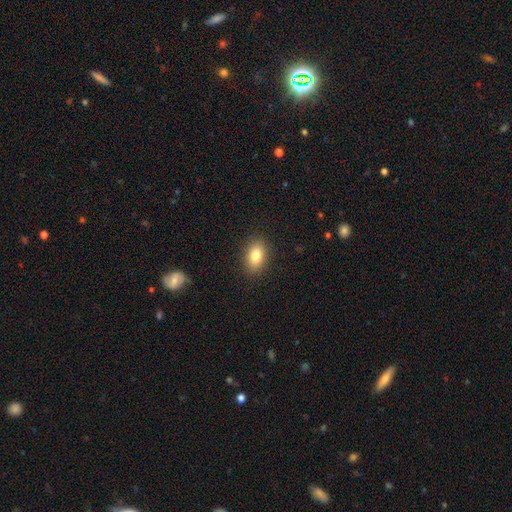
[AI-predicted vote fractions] Smooth or featured: smooth — 82% (featured or disk — 9%)
How rounded: in between — 82% (round — 16%)
Merging: none — 88% (minor disturbance — 8%)